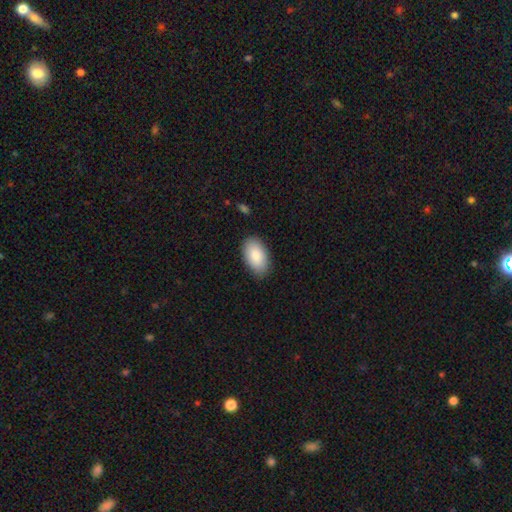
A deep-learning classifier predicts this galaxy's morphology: A smooth galaxy with no disk features (87%) that is in between round and cigar-shaped (95%). Merging: none (86%).